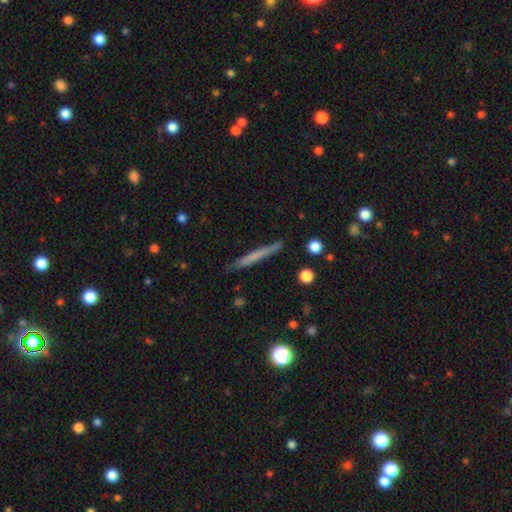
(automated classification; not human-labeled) Morphology: type=smooth (57%); roundness=cigar-shaped (96%); merging=none (89%).